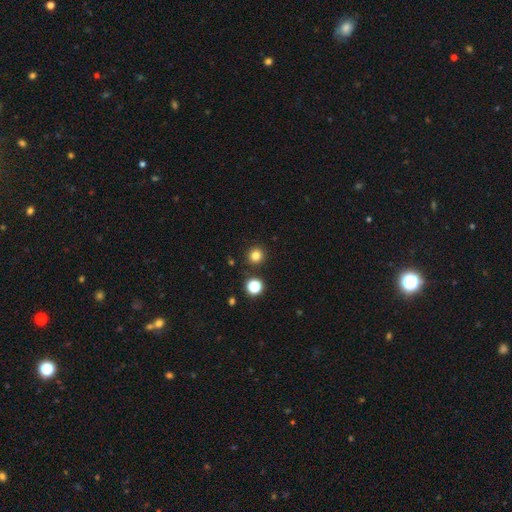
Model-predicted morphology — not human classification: smooth-or-featured: smooth: 81% | star or artifact: 14% | featured or disk: 5%
  how-rounded: round: 94% | in between: 5% | cigar-shaped: 1%
  merging: none: 90% | minor disturbance: 5% | merger: 3% | major disturbance: 2%